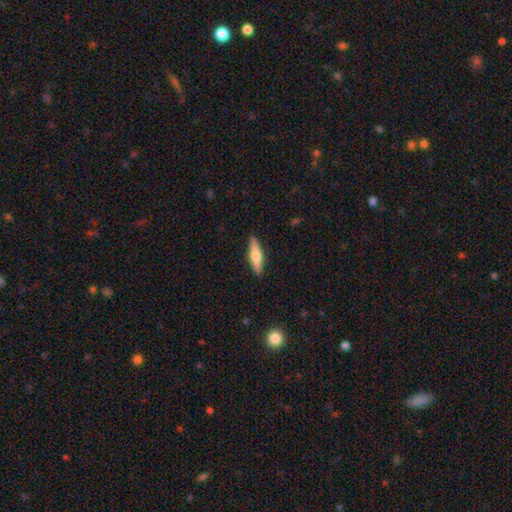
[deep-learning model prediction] This is possibly a smooth galaxy (51%). How rounded: likely cigar-shaped (69%). Merging: clearly none (89%).